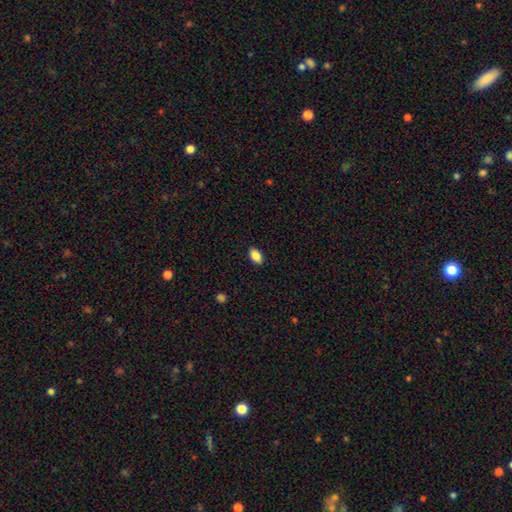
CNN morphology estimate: This is clearly a smooth galaxy (88%). How rounded: clearly in between (92%). Merging: clearly none (89%).